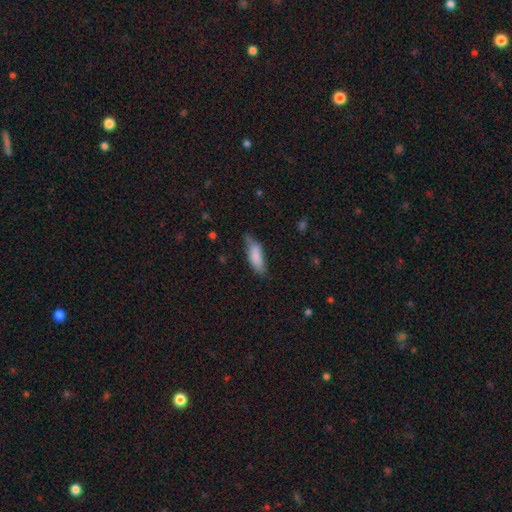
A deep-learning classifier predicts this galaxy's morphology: Smooth or featured: smooth — 80% (featured or disk — 13%)
How rounded: in between — 51% (cigar-shaped — 47%)
Merging: none — 57% (minor disturbance — 31%)